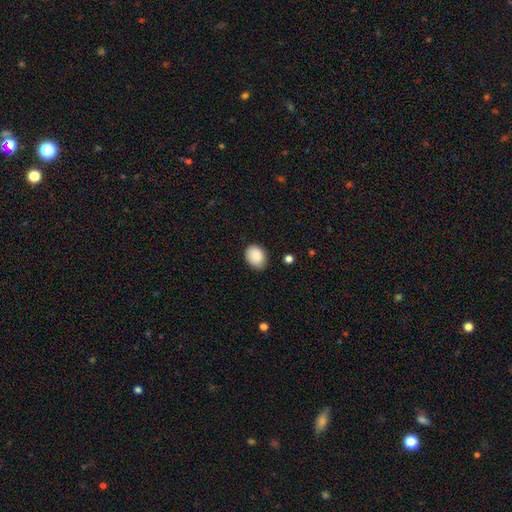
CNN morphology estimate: A smooth galaxy with no disk features (89%) that is in between round and cigar-shaped (63%). Merging: none (76%).